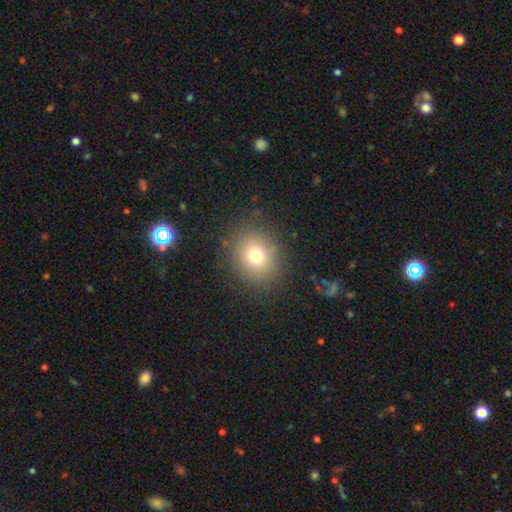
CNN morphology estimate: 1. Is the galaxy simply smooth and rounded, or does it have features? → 73% smooth, 16% star or artifact, 11% featured or disk.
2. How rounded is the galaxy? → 75% round, 24% in between, 1% cigar-shaped.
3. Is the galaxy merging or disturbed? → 86% none, 8% minor disturbance, 4% major disturbance, 1% merger.